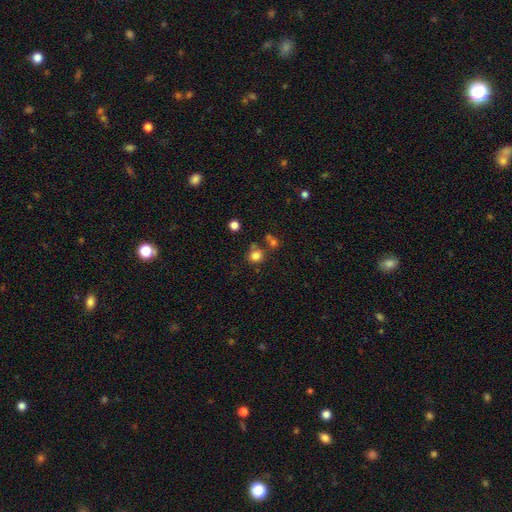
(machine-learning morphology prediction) This appears to be a smooth galaxy with no disk features (79%) that is round (82%). Merging: none (65%).